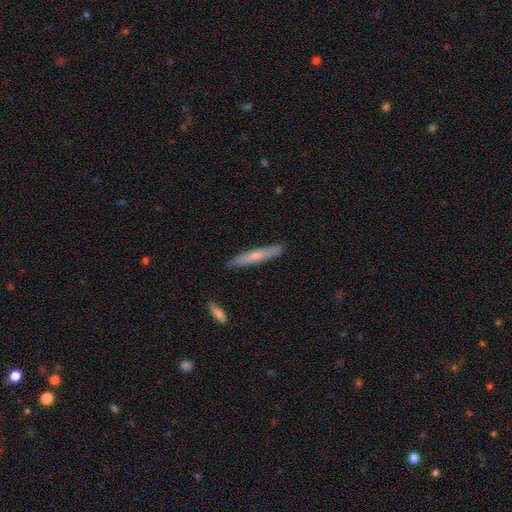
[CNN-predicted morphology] Overall: smooth (59%; featured or disk 35%). How rounded: cigar-shaped (94%). Merging: none (88%).